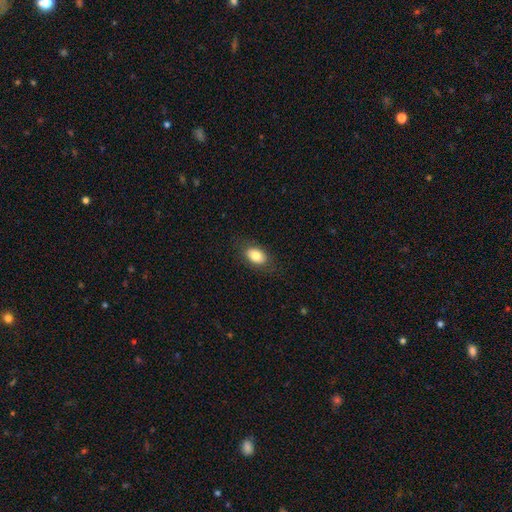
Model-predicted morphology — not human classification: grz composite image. It shows a smooth galaxy with no disk features (80%) that is in between round and cigar-shaped (84%). Merging: none (83%).